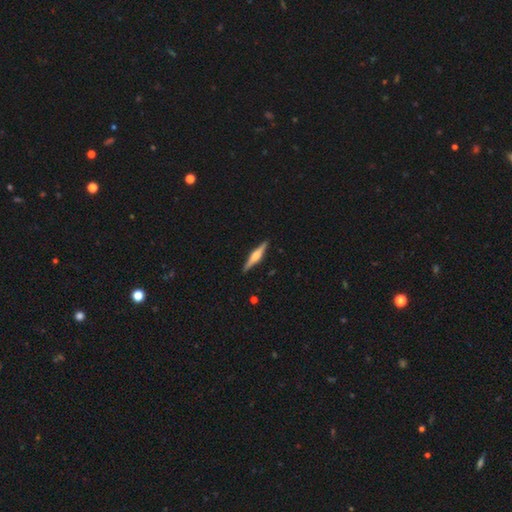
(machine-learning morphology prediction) A featured or disk galaxy (71%) viewed edge-on (98%) with a rounded central bulge (77%). Merging: none (91%).